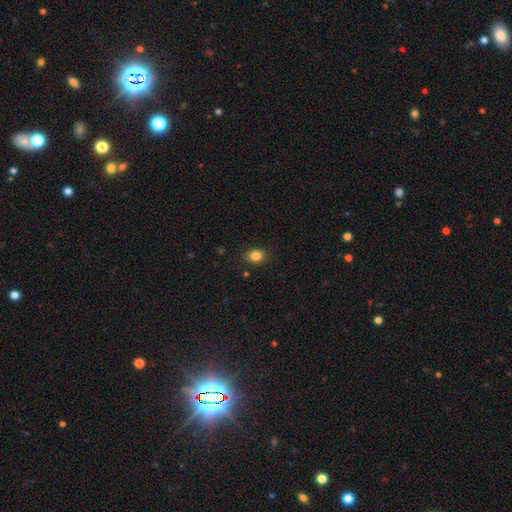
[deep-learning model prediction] smooth_or_featured: smooth (p=0.84) [alt: star or artifact p=0.11]
how_rounded: in between (p=0.56) [alt: round p=0.43]
merging: none (p=0.87) [alt: minor disturbance p=0.09]